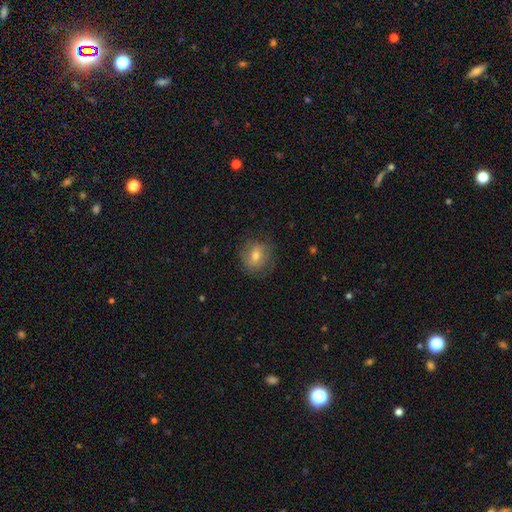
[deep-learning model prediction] This is likely a smooth galaxy (67%). How rounded: clearly round (80%). Merging: likely none (78%).